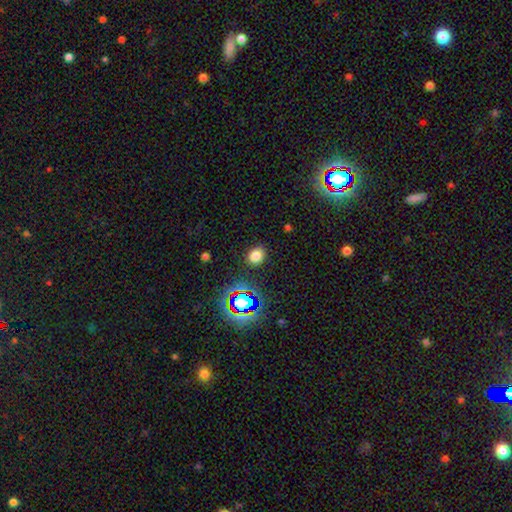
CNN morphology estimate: A smooth galaxy with no disk features (75%) that is round (52%). Merging: none (87%).